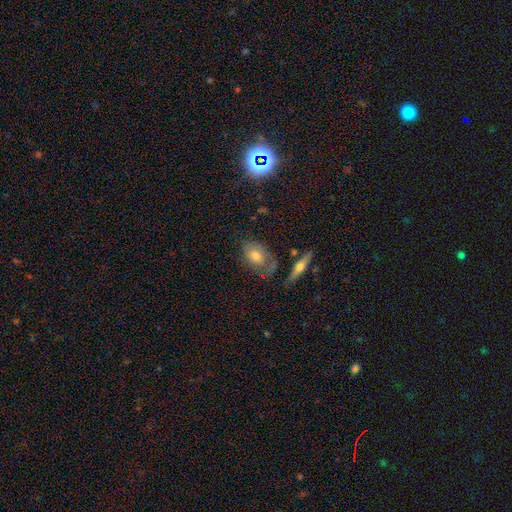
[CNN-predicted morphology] Smooth or featured: smooth — 47% (featured or disk — 42%)
Merging: none — 57% (minor disturbance — 24%)